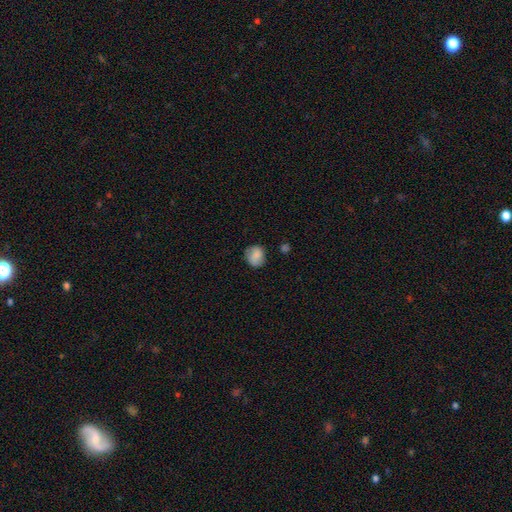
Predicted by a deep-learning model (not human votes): Overall: smooth (80%). How rounded: round (76%). Merging: none (73%).